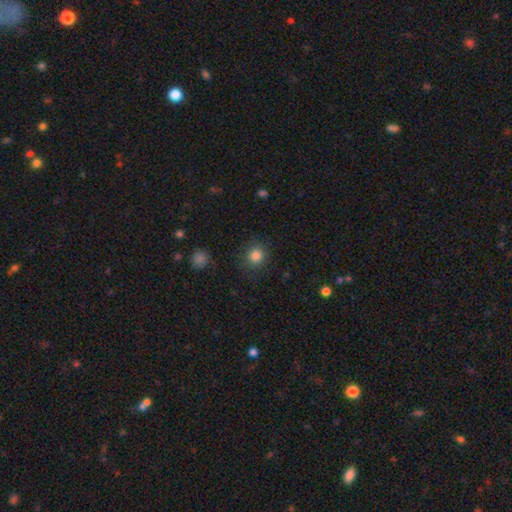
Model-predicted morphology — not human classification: Smooth or featured?
  - smooth: 83% *
  - star or artifact: 12%
  - featured or disk: 5%
How rounded?
  - round: 89% *
  - in between: 10%
  - cigar-shaped: 1%
Merging?
  - none: 86% *
  - minor disturbance: 9%
  - major disturbance: 3%
  - merger: 1%